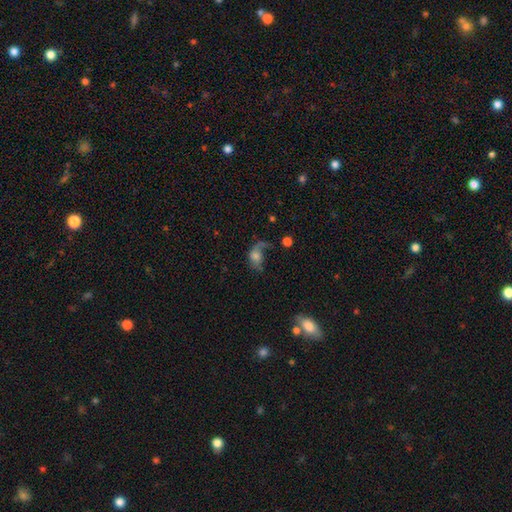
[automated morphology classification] Q: Smooth or featured?
A: smooth (46%); runner-up: featured or disk (44%)
Q: Merging?
A: major disturbance (51%); runner-up: none (24%)